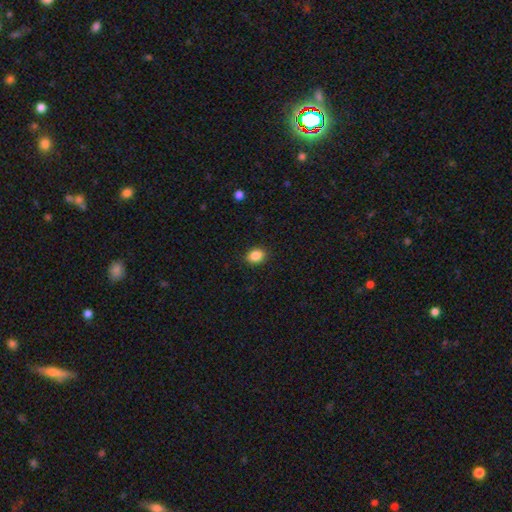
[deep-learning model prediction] A smooth galaxy with no disk features (87%) that is in between round and cigar-shaped (65%). Merging: none (89%).